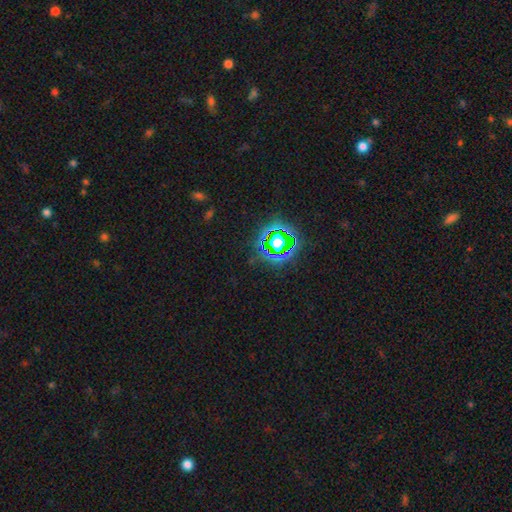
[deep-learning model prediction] star or artifact 81%, smooth 13%, featured or disk 7%.